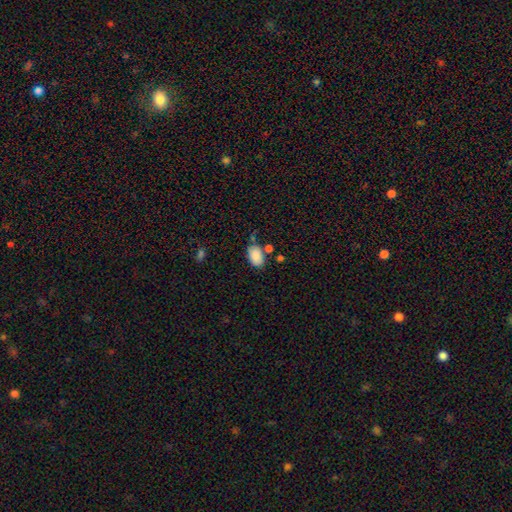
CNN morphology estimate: This appears to be a smooth galaxy with no disk features (87%) that is in between round and cigar-shaped (90%). Merging: none (63%).